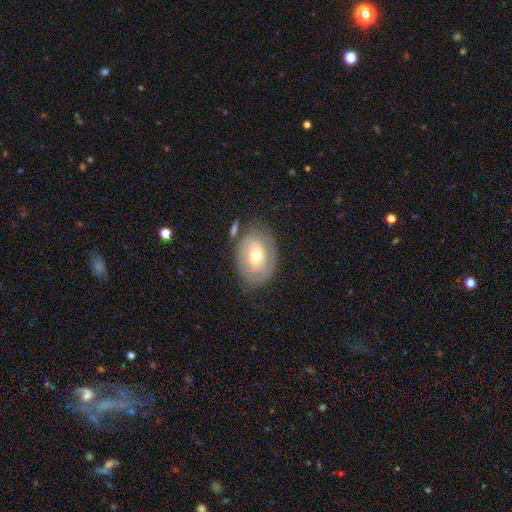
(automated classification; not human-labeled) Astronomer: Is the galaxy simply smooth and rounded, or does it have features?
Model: featured or disk — 54% (runner-up: smooth, 39%).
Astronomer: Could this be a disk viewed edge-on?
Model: no — 94%.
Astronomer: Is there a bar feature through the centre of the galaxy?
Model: no — 63%.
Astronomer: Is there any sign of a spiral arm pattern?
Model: yes — 61% (runner-up: no, 39%).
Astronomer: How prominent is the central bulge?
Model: moderate — 64%.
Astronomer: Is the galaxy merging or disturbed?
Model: none — 68%.